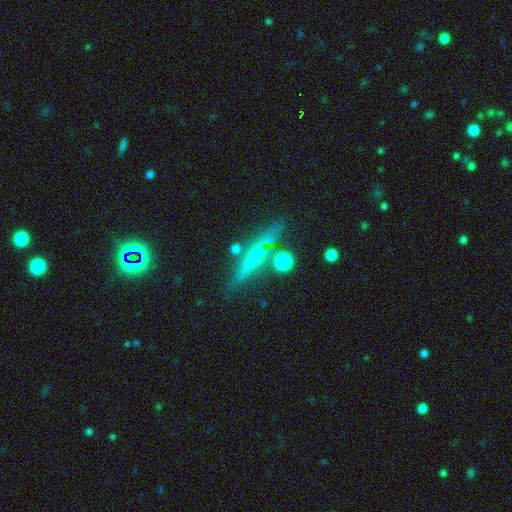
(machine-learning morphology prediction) The model was most divided on "smooth or featured": featured or disk: 58%, smooth: 31%, star or artifact: 10%. More confident: edge-on disk — yes (91%); merging — none (76%); edge-on bulge — rounded (65%).